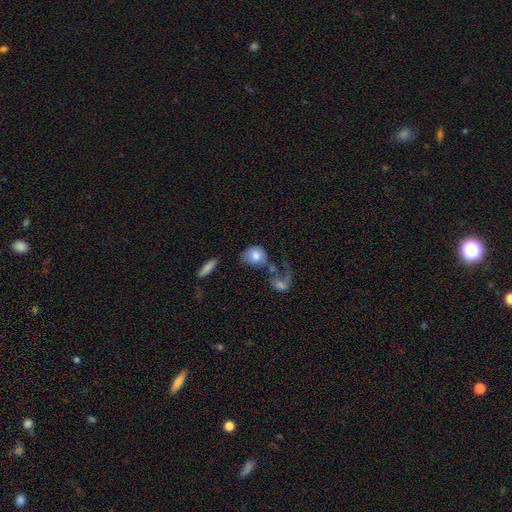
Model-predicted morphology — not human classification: smooth 74%, featured or disk 19%, star or artifact 7%. Down the decision tree: how rounded — round (51%); merging — merger (33%).